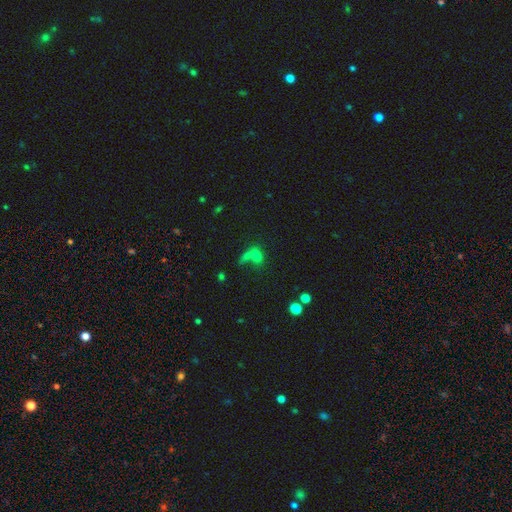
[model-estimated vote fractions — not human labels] This appears to be a smooth galaxy with no disk features (66%) that is in between round and cigar-shaped (59%). Merging: merger (46%).